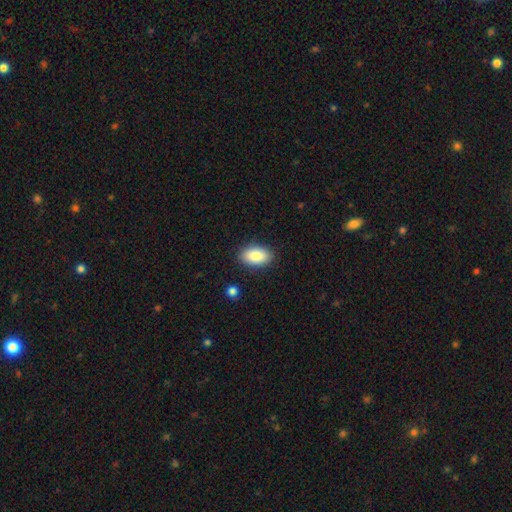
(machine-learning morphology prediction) type=smooth (87%); roundness=in between (93%); merging=none (88%).